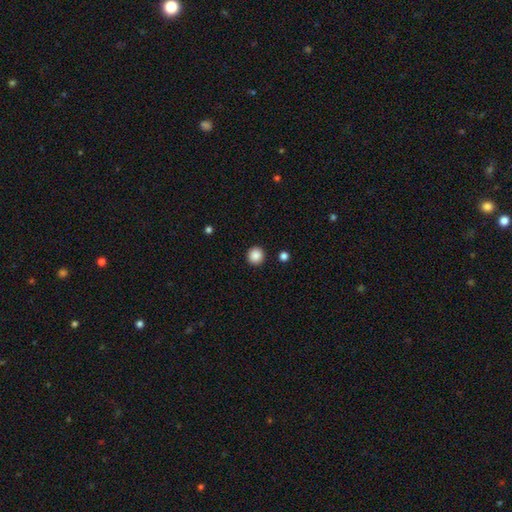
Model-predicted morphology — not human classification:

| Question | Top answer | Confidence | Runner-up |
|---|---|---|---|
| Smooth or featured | smooth | 88% | star or artifact (9%) |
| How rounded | round | 94% | in between (5%) |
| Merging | none | 92% | minor disturbance (5%) |